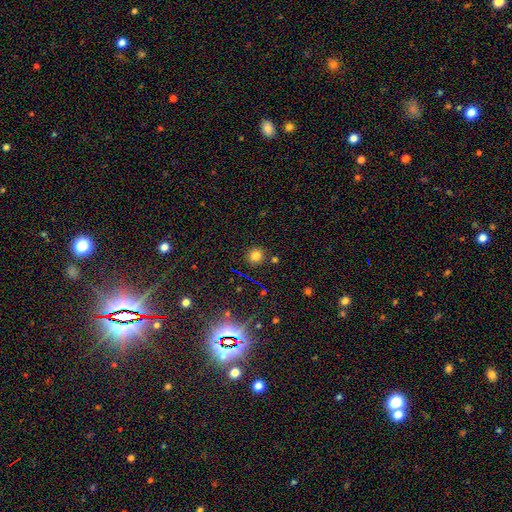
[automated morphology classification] Smooth or featured? Predicted: smooth (p=0.75). How rounded? Predicted: round (p=0.93). Merging? Predicted: none (p=0.86).